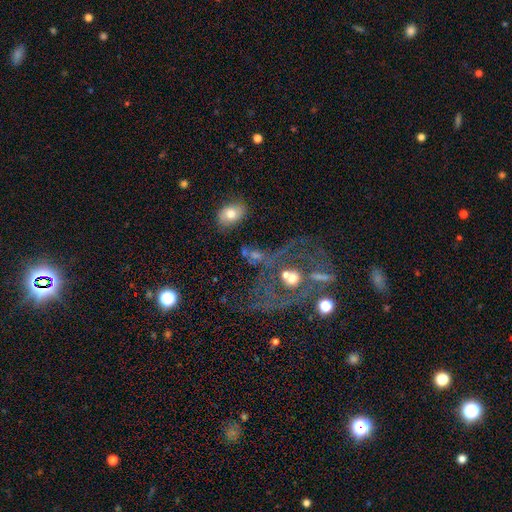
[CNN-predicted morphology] A featured or disk galaxy (41%). Merging: none (42%).